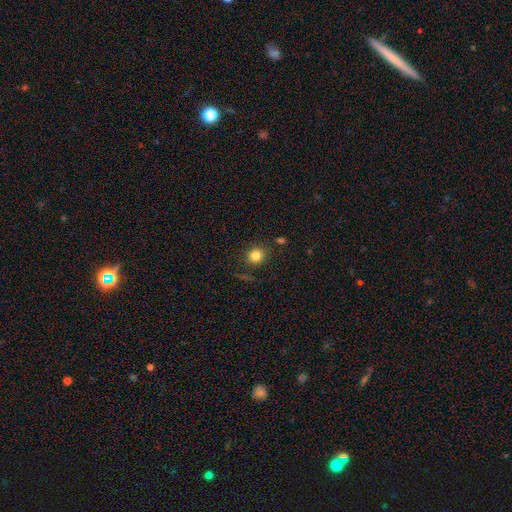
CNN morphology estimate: A smooth galaxy with no disk features (82%) that is round (83%). Merging: none (84%).